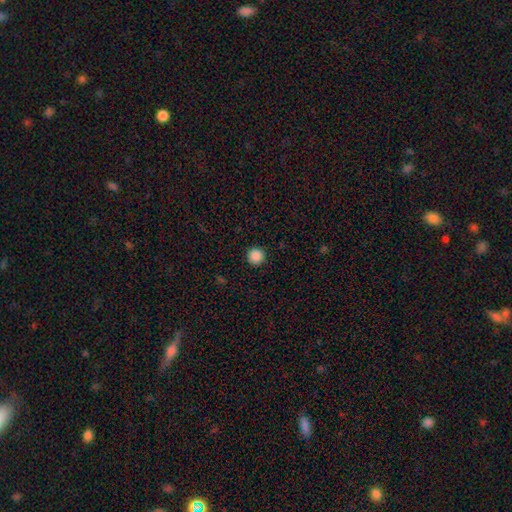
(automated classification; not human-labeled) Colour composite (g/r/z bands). It shows a smooth galaxy with no disk features (88%) that is round (96%). Merging: none (93%).